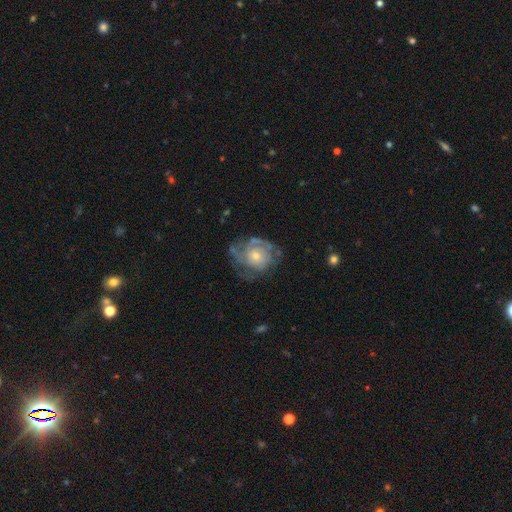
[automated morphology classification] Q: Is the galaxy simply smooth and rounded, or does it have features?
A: featured or disk — 72%.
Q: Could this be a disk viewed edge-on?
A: no — 97%.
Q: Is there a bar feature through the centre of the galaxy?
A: no — 82%.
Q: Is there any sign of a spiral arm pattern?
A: yes — 77%.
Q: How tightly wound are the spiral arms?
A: tight — 57%.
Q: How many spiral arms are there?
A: can't tell — 47%.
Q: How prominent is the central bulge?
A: small — 48%.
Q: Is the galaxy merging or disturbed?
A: none — 55%.